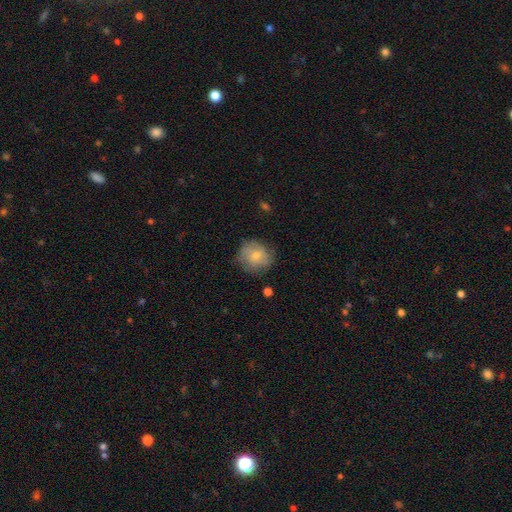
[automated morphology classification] Overall: smooth (70%). How rounded: round (86%). Merging: none (73%).